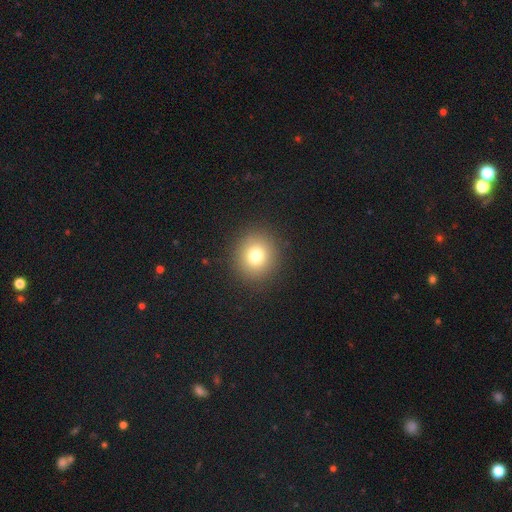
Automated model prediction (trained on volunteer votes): Smooth or featured? smooth (76%)
How rounded? round (89%)
Merging? none (91%)